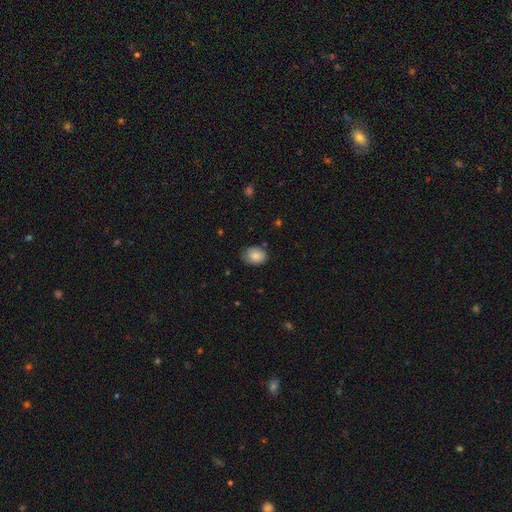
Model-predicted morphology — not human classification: A smooth galaxy with no disk features (85%) that is in between round and cigar-shaped (69%). Merging: none (74%).